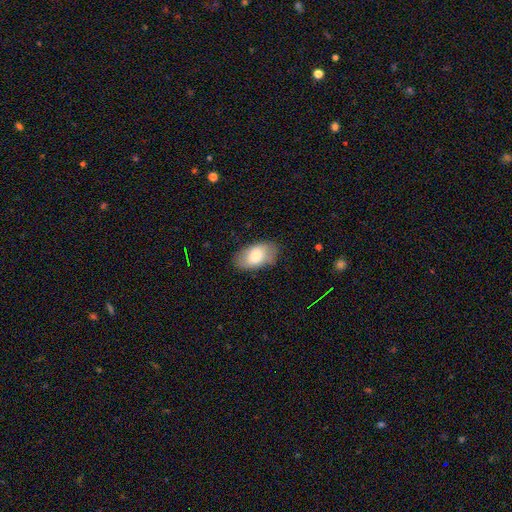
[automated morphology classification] Smooth or featured? Predicted: smooth (p=0.74). How rounded? Predicted: in between (p=0.93). Merging? Predicted: none (p=0.80).